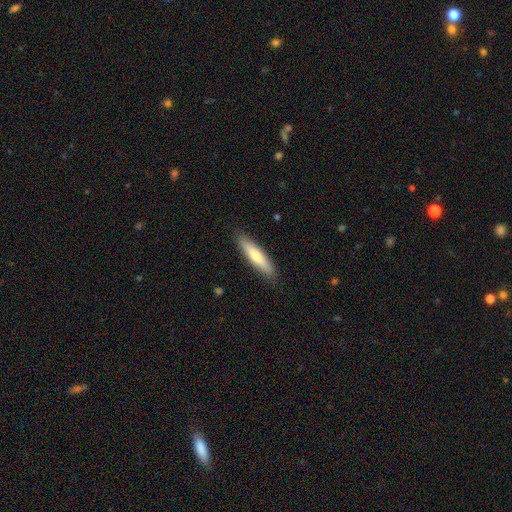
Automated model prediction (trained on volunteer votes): Smooth or featured? Predicted: smooth (p=0.65). How rounded? Predicted: cigar-shaped (p=0.82). Merging? Predicted: none (p=0.89).